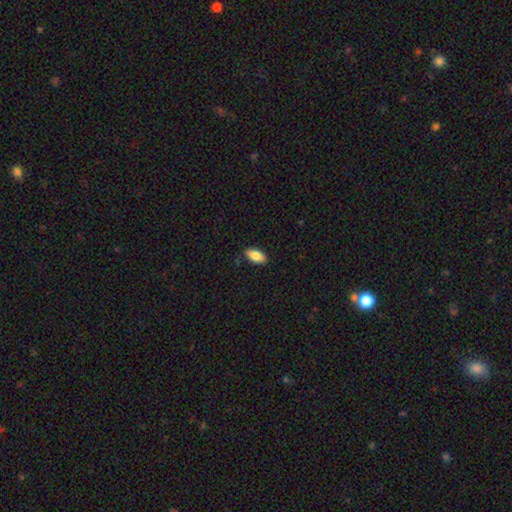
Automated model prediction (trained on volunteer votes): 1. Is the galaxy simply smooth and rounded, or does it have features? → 82% smooth, 11% featured or disk, 7% star or artifact.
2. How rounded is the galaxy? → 89% in between, 8% cigar-shaped, 3% round.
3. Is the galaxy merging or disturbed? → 86% none, 11% minor disturbance, 2% major disturbance, 1% merger.